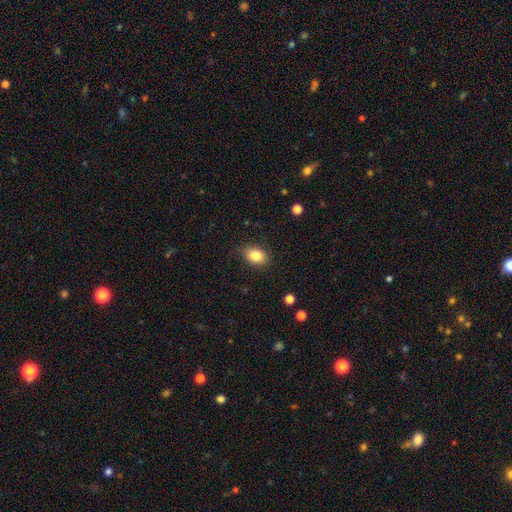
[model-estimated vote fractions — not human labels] Morphology: type=smooth (84%); roundness=in between (74%); merging=none (84%).